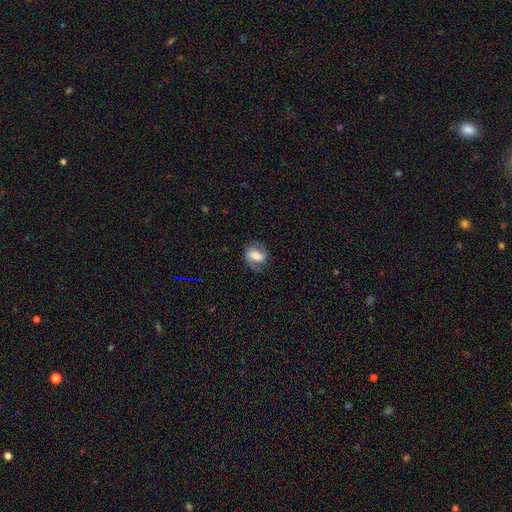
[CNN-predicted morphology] This appears to be a featured or disk galaxy (51%). Merging: none (72%).